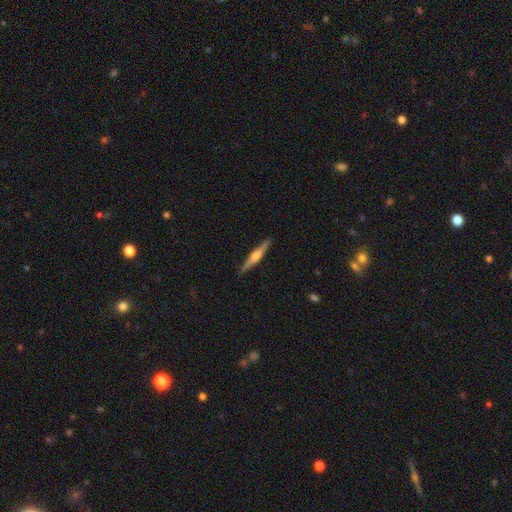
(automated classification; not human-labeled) Smooth or featured? Predicted: featured or disk (p=0.62). Edge-on disk? Predicted: yes (p=0.97). Edge-on bulge? Predicted: rounded (p=0.76). Merging? Predicted: none (p=0.90).